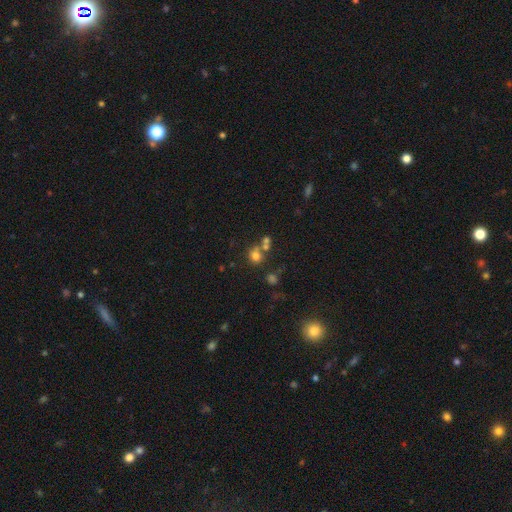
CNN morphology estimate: smooth 68%, star or artifact 19%, featured or disk 13%. Down the decision tree: how rounded — round (83%); merging — none (54%).